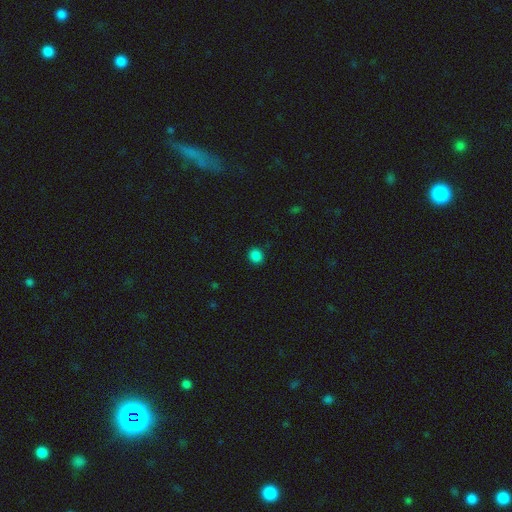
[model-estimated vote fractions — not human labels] smooth_or_featured: smooth (p=0.85) [alt: star or artifact p=0.12]
how_rounded: round (p=0.80) [alt: in between p=0.19]
merging: none (p=0.90) [alt: minor disturbance p=0.06]